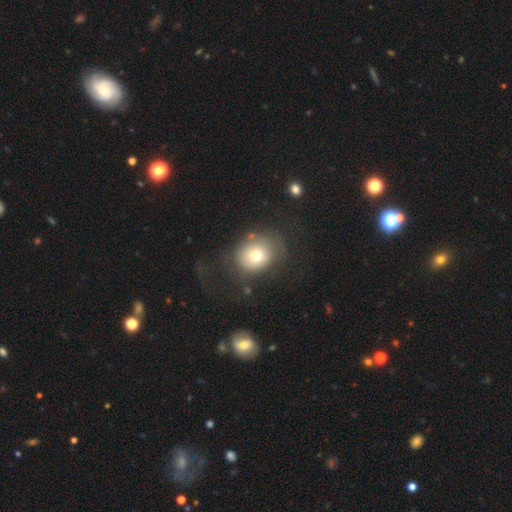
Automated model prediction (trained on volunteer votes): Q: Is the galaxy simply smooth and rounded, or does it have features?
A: smooth — 71%.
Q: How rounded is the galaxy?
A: round — 65%.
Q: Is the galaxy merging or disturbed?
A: none — 58%.